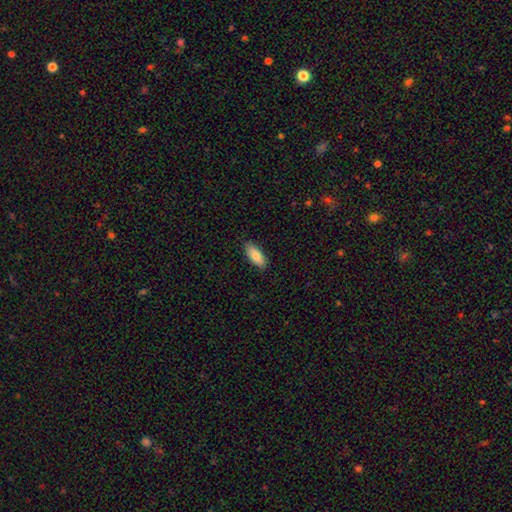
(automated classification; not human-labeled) Smooth or featured? Predicted: smooth (p=0.82). How rounded? Predicted: in between (p=0.81). Merging? Predicted: none (p=0.87).